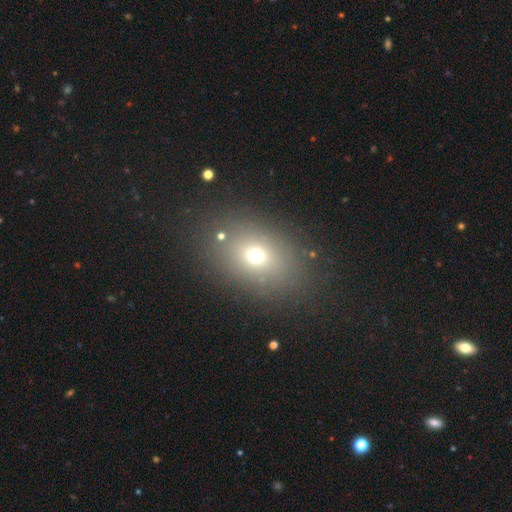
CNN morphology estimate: A smooth galaxy with no disk features (67%) that is in between round and cigar-shaped (61%). Merging: none (82%).